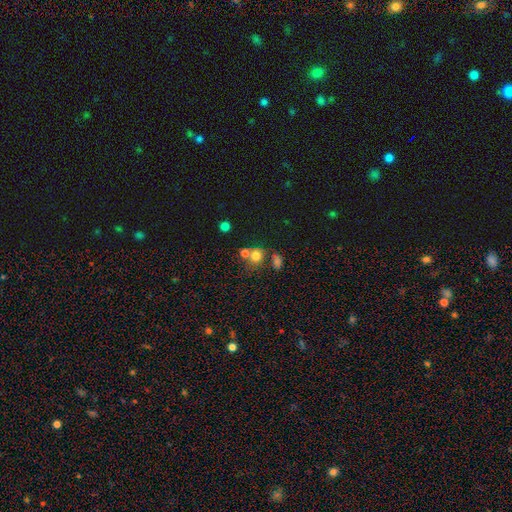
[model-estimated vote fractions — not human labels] This appears to be a smooth galaxy with no disk features (72%) that is round (76%). Merging: none (47%).